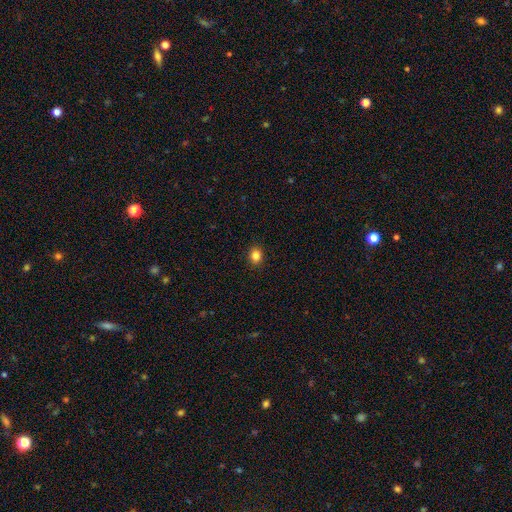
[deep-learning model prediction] Smooth or featured? smooth (84%)
How rounded? round (56%)
Merging? none (91%)